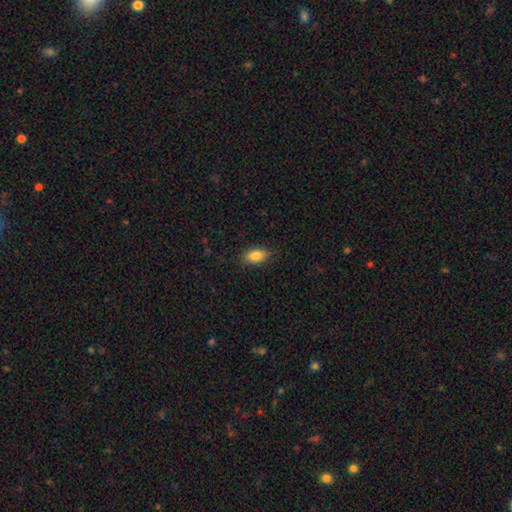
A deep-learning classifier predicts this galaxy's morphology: smooth_or_featured: smooth (p=0.86) [alt: star or artifact p=0.07]
how_rounded: in between (p=0.90) [alt: cigar-shaped p=0.06]
merging: none (p=0.86) [alt: minor disturbance p=0.11]